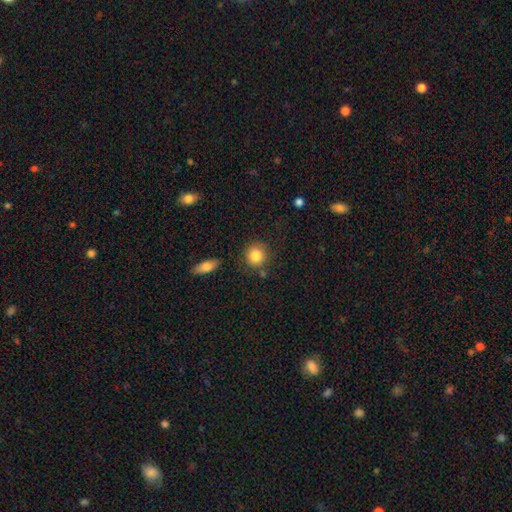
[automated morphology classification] type=smooth (84%); roundness=round (87%); merging=none (79%).